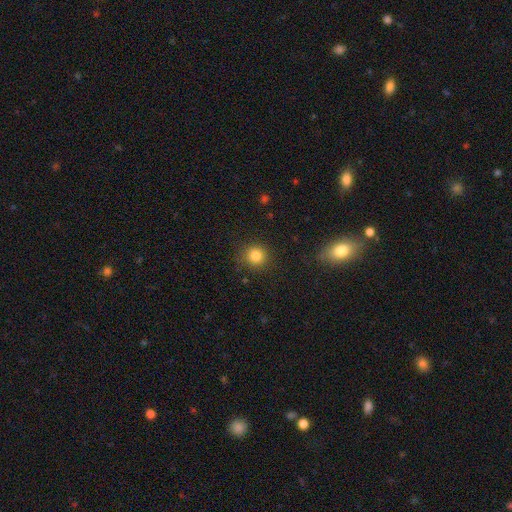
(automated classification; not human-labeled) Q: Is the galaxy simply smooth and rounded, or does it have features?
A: smooth — 83%.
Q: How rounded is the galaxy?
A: round — 91%.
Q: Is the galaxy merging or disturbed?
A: none — 87%.